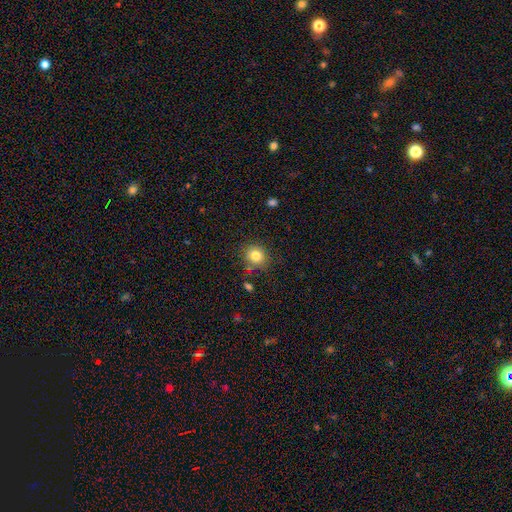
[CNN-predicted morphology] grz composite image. It shows a smooth galaxy with no disk features (81%) that is round (83%). Merging: none (80%).